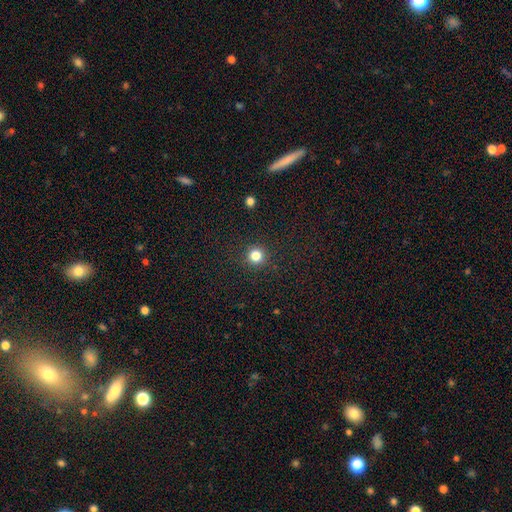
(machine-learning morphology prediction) smooth_or_featured: smooth (p=0.82) [alt: star or artifact p=0.13]
how_rounded: round (p=0.95) [alt: in between p=0.04]
merging: none (p=0.91) [alt: minor disturbance p=0.05]